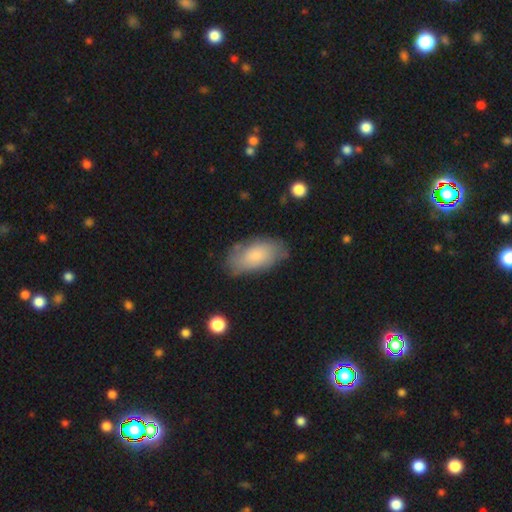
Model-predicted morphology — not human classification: Smooth or featured: smooth — 69% (featured or disk — 24%)
How rounded: in between — 93% (cigar-shaped — 4%)
Merging: none — 72% (minor disturbance — 21%)